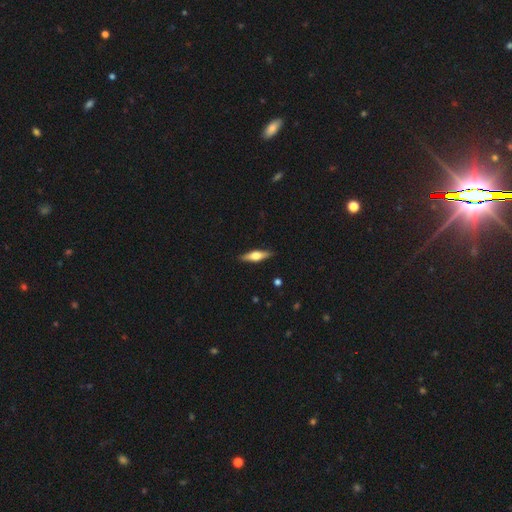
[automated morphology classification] This is possibly a featured or disk galaxy (56%). It is clearly viewed edge-on (95%). Edge-on bulge: clearly rounded (92%). Merging: clearly none (90%).